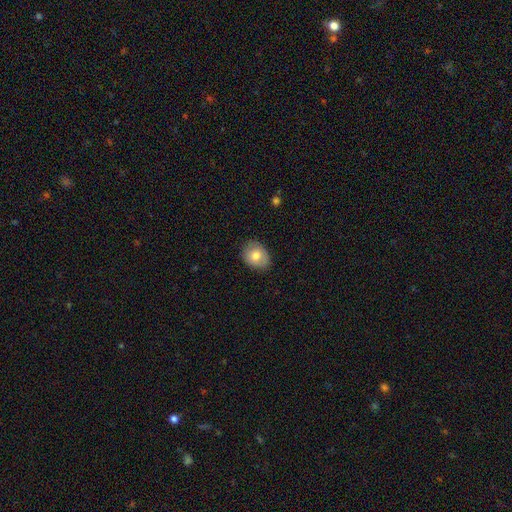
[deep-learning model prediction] Smooth or featured? smooth (77%)
How rounded? in between (57%)
Merging? none (81%)